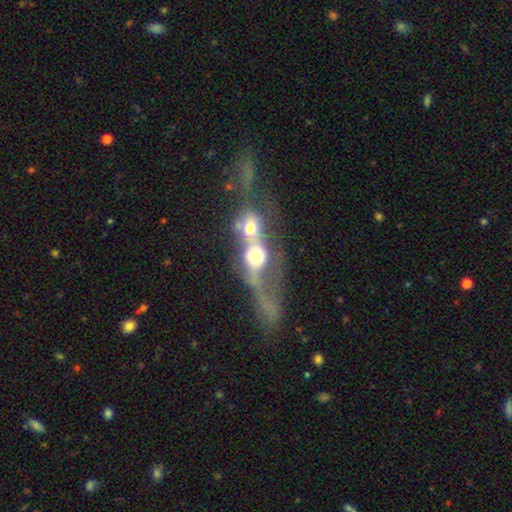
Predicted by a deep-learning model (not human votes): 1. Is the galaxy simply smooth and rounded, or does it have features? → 44% featured or disk, 43% smooth, 13% star or artifact.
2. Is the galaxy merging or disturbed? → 79% merger, 12% major disturbance, 6% none, 3% minor disturbance.